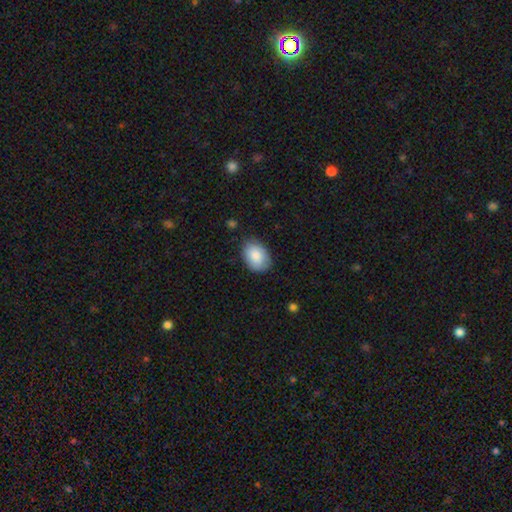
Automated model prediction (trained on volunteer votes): Smooth or featured? smooth (86%)
How rounded? in between (83%)
Merging? none (80%)